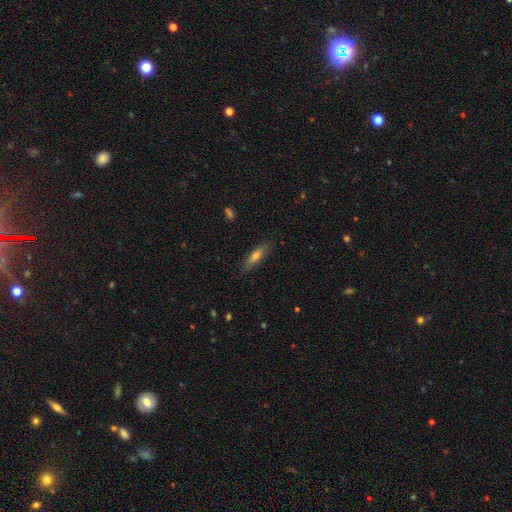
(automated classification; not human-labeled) smooth_or_featured: smooth (p=0.66) [alt: featured or disk p=0.26]
how_rounded: cigar-shaped (p=0.64) [alt: in between p=0.33]
merging: none (p=0.84) [alt: minor disturbance p=0.12]